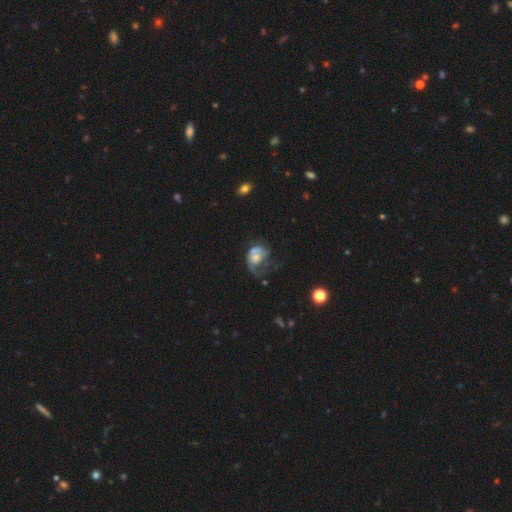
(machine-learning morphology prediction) featured or disk 55%, smooth 36%, star or artifact 9%. Down the decision tree: edge-on disk — no (97%); bar — no (81%); spiral arms — yes (57%); bulge size — moderate (41%); merging — major disturbance (52%).